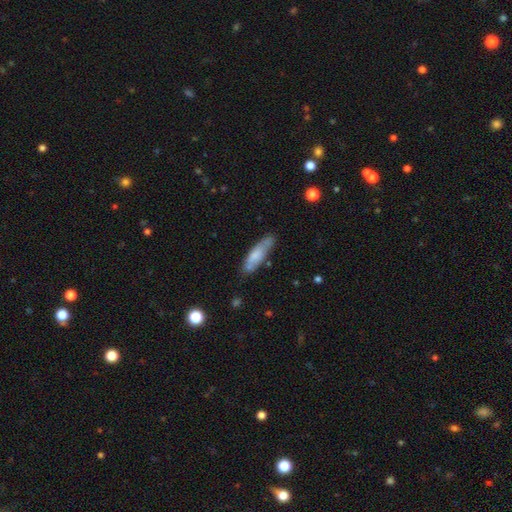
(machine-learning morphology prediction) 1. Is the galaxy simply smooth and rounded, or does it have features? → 68% smooth, 26% featured or disk, 6% star or artifact.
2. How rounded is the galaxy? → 63% cigar-shaped, 36% in between, 2% round.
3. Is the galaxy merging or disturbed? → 67% none, 23% minor disturbance, 5% major disturbance, 5% merger.